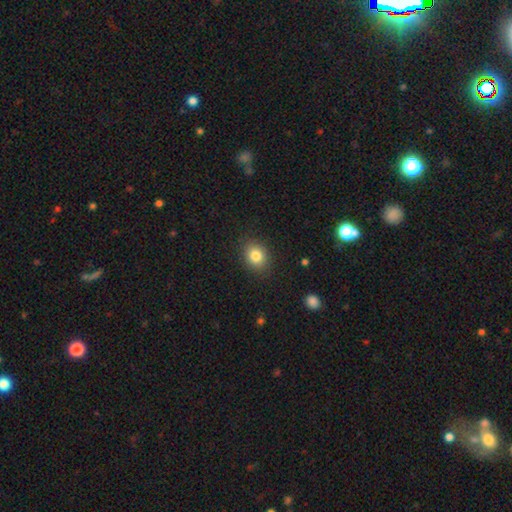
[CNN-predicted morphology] This appears to be a smooth galaxy with no disk features (82%) that is round (51%). Merging: none (88%).